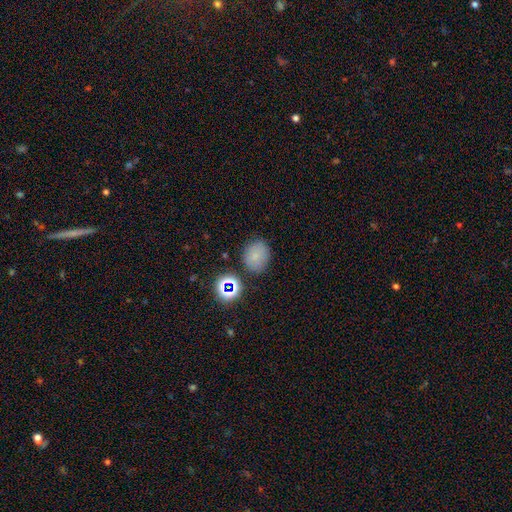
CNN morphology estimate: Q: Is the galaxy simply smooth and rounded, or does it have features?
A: smooth — 72%.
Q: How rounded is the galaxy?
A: round — 57%.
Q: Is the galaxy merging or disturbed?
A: none — 77%.